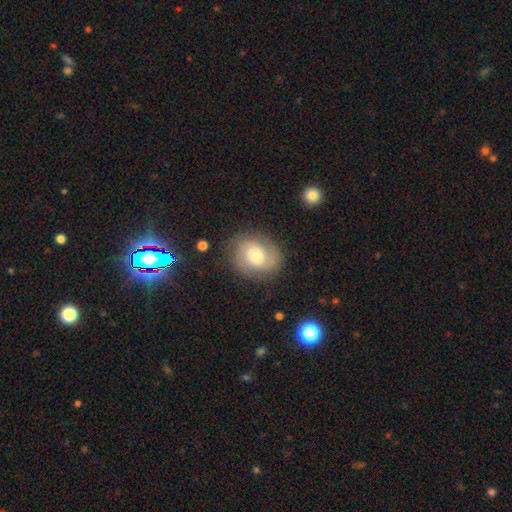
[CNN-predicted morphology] smooth-or-featured: featured or disk: 53% | smooth: 38% | star or artifact: 8%
  disk-edge-on: no: 97% | yes: 3%
    bar: no: 75% | weak: 21% | strong: 4%
    has-spiral-arms: yes: 84% | no: 16%
    bulge-size: small: 40% | moderate: 39% | large: 15% | dominant: 4% | none: 3%
  merging: none: 75% | minor disturbance: 16% | major disturbance: 7% | merger: 2%